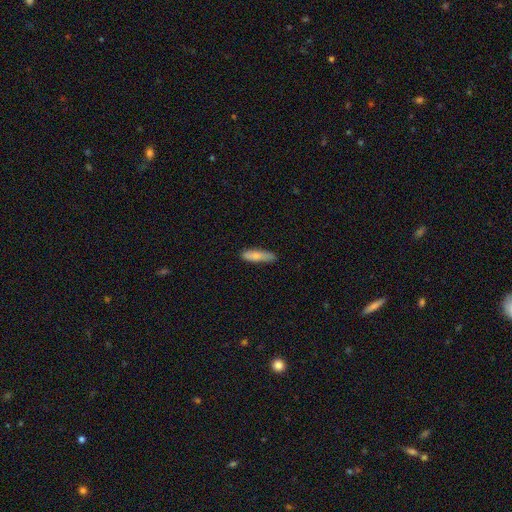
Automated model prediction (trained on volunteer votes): Smooth or featured: smooth — 78% (featured or disk — 16%)
How rounded: cigar-shaped — 67% (in between — 31%)
Merging: none — 77% (minor disturbance — 18%)